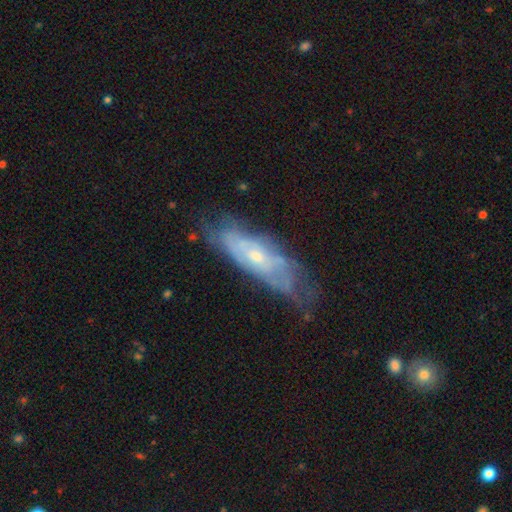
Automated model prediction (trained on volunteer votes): Smooth or featured? featured or disk (69%)
Edge-on disk? no (77%)
Bar? no (73%)
Spiral arms? yes (66%)
Bulge size? small (57%)
Merging? none (56%)